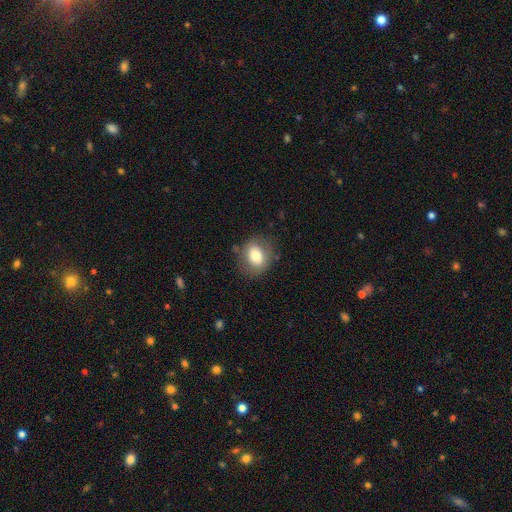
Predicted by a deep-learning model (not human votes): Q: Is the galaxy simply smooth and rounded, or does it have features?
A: smooth — 74%.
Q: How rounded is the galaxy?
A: round — 53%.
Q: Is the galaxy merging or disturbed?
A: none — 78%.